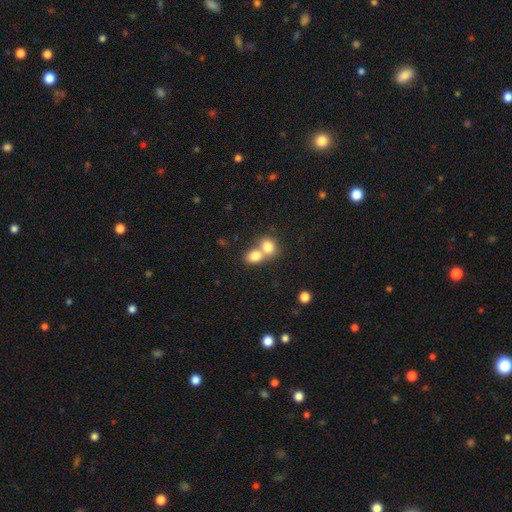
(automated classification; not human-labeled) Smooth or featured? smooth (79%)
How rounded? in between (50%)
Merging? merger (65%)